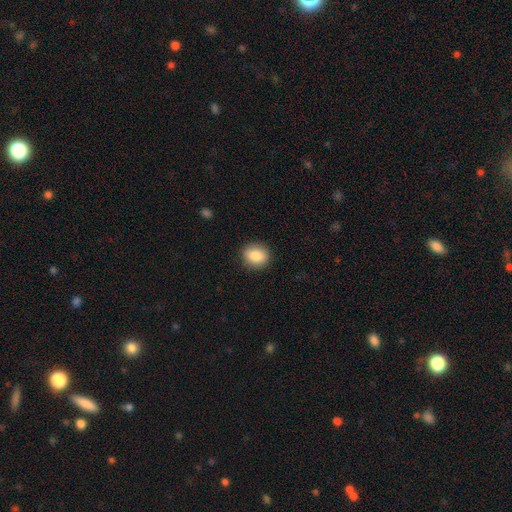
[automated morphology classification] smooth_or_featured: smooth (p=0.85) [alt: star or artifact p=0.08]
how_rounded: round (p=0.73) [alt: in between p=0.26]
merging: none (p=0.90) [alt: minor disturbance p=0.07]